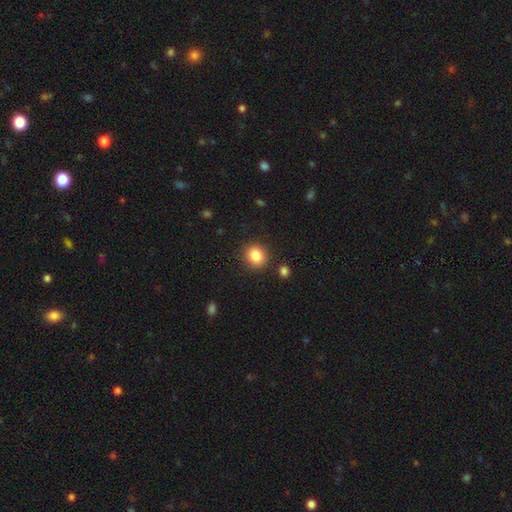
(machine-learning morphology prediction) This is clearly a smooth galaxy (85%). How rounded: clearly round (82%). Merging: clearly none (88%).